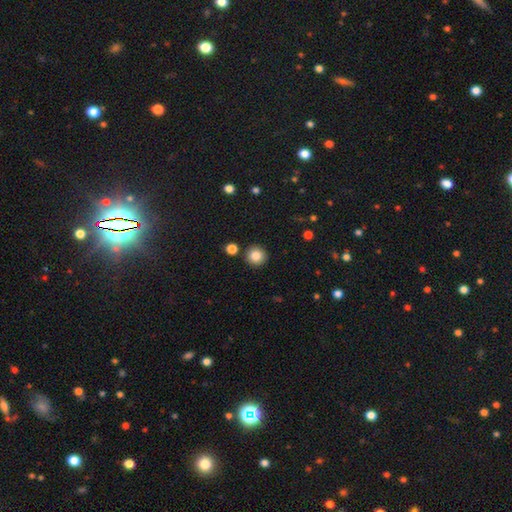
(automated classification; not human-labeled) This appears to be a smooth galaxy with no disk features (85%) that is round (94%). Merging: none (89%).